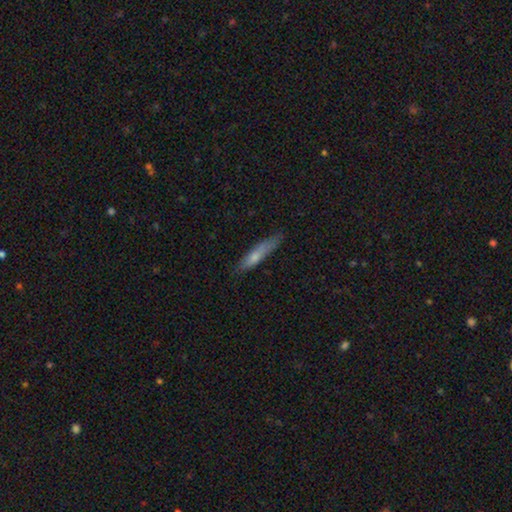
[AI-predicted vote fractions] smooth-or-featured: smooth: 68% | featured or disk: 26% | star or artifact: 6%
  how-rounded: cigar-shaped: 86% | in between: 12% | round: 2%
  merging: none: 74% | minor disturbance: 21% | major disturbance: 4% | merger: 2%